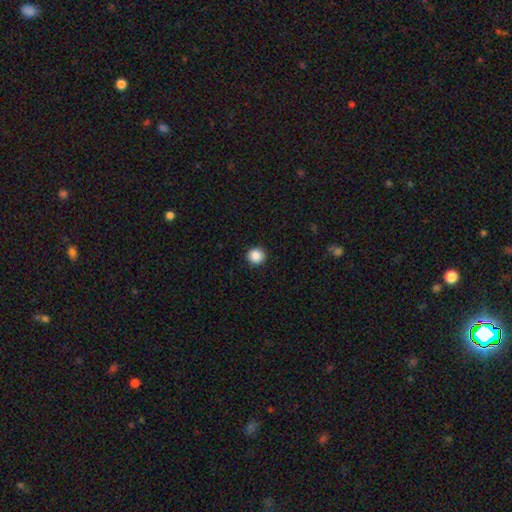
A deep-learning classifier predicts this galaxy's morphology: type=smooth (88%); roundness=round (95%); merging=none (93%).